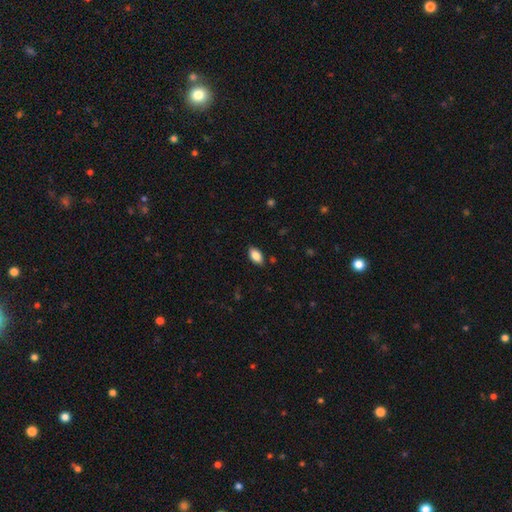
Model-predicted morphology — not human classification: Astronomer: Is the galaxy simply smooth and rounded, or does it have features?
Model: smooth — 86%.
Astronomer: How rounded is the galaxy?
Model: in between — 92%.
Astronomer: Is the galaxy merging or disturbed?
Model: none — 85%.